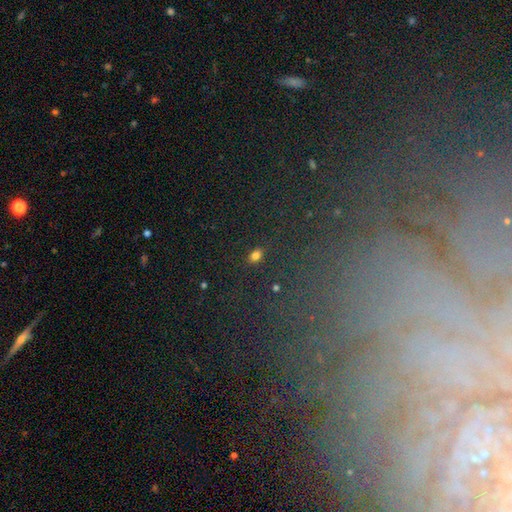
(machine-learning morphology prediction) Smooth or featured? smooth (77%)
How rounded? in between (80%)
Merging? none (86%)